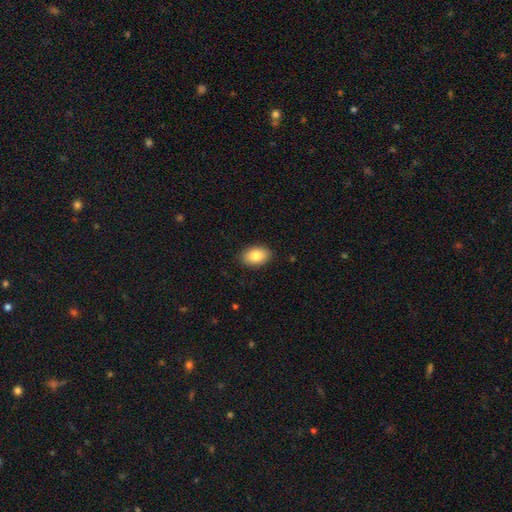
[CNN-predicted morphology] A smooth galaxy with no disk features (83%) that is in between round and cigar-shaped (90%). Merging: none (89%).